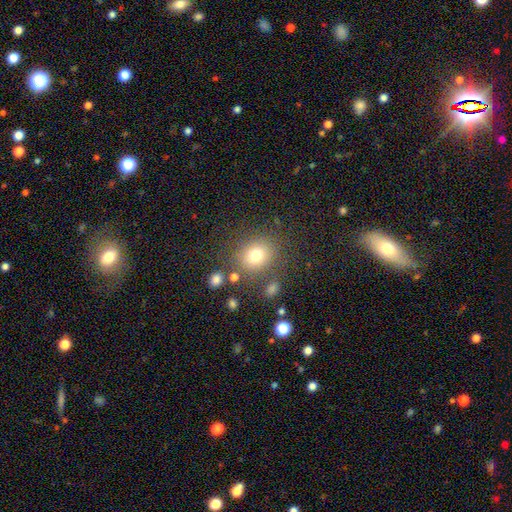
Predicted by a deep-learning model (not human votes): This is likely a smooth galaxy (76%). How rounded: likely round (67%). Merging: likely none (77%).